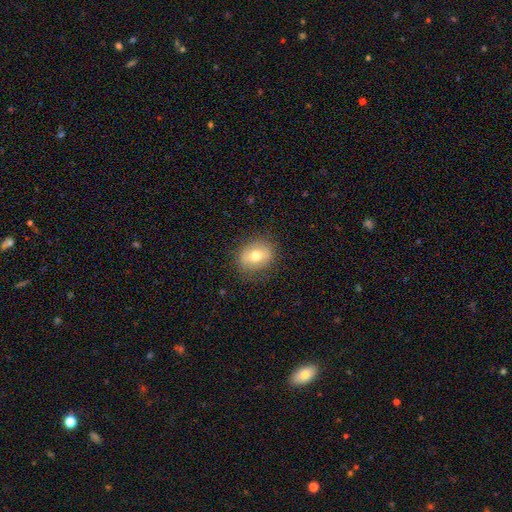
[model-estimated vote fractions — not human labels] Smooth or featured? smooth (64%)
How rounded? in between (56%)
Merging? none (82%)